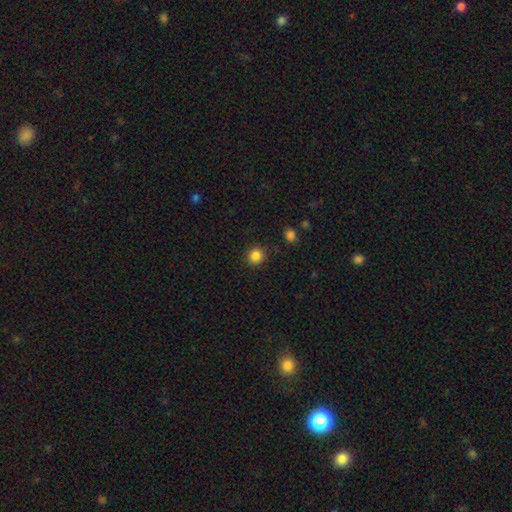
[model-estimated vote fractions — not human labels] Smooth or featured? smooth (85%)
How rounded? round (90%)
Merging? none (88%)